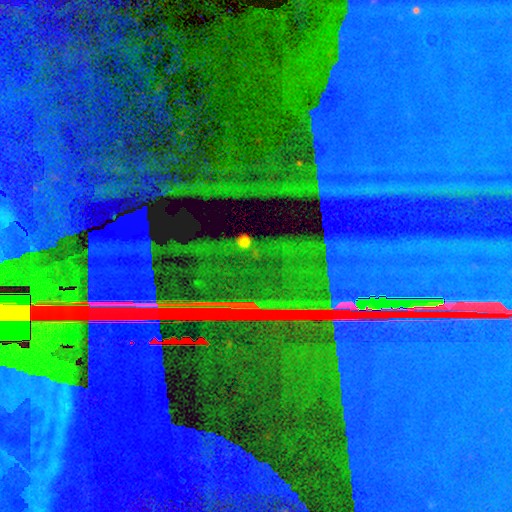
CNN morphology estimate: Smooth or featured? star or artifact (87%)